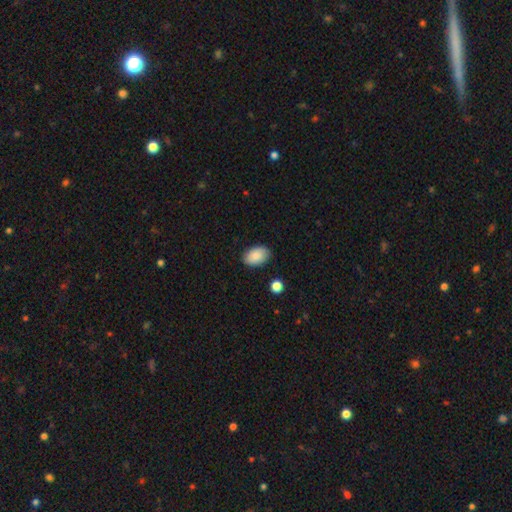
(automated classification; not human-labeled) Smooth or featured: smooth — 88% (star or artifact — 7%)
How rounded: in between — 90% (round — 9%)
Merging: none — 87% (minor disturbance — 9%)